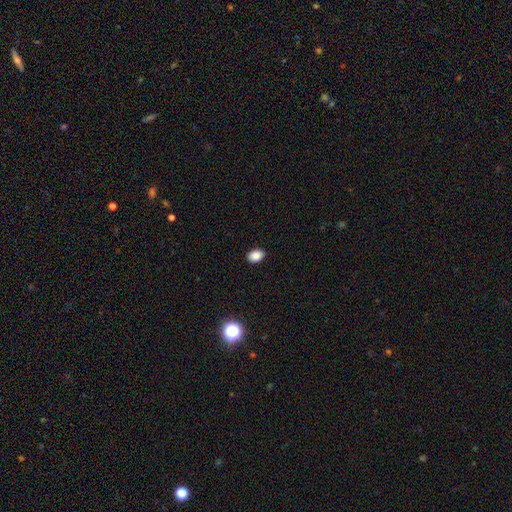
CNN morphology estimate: This is clearly a smooth galaxy (87%). How rounded: likely in between (78%). Merging: clearly none (90%).